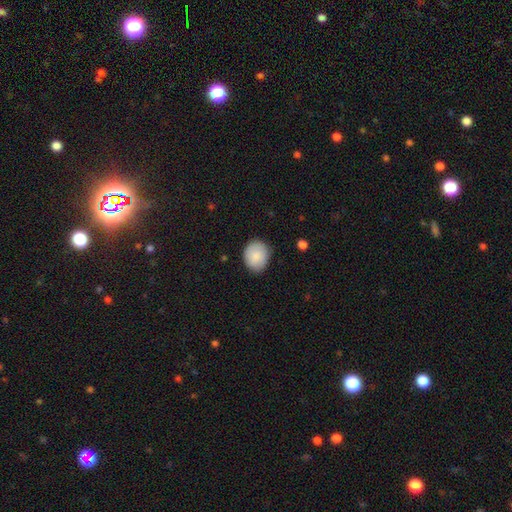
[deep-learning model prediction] Morphology: type=smooth (84%); roundness=round (60%); merging=none (80%).